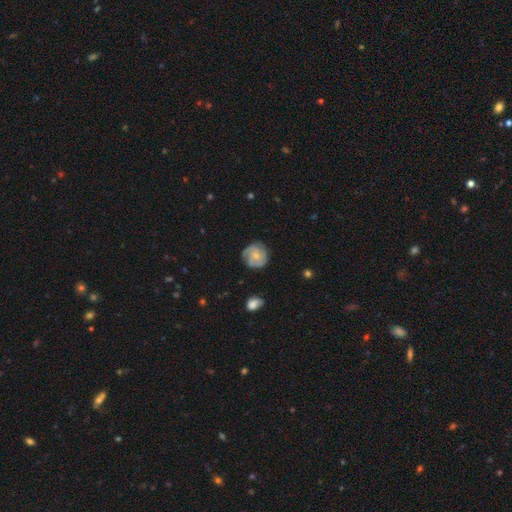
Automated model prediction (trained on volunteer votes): Smooth or featured? Predicted: featured or disk (p=0.70). Edge-on disk? Predicted: no (p=0.98). Bar? Predicted: no (p=0.71). Spiral arms? Predicted: yes (p=0.94). Spiral winding? Predicted: tight (p=0.62). Spiral arm count? Predicted: 3 (p=0.41). Bulge size? Predicted: small (p=0.66). Merging? Predicted: none (p=0.77).